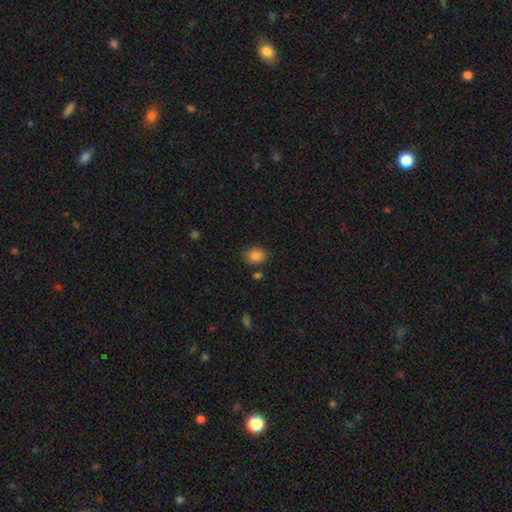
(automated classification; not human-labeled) This appears to be a smooth galaxy with no disk features (85%) that is in between round and cigar-shaped (54%). Merging: none (78%).